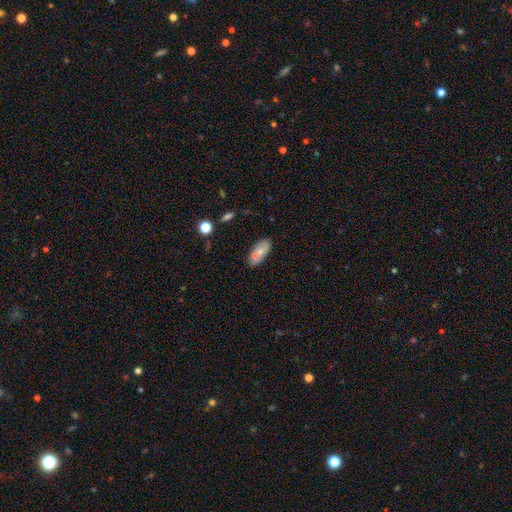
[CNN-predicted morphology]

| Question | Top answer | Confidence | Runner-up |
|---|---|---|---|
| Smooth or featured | smooth | 58% | featured or disk (32%) |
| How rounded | in between | 81% | cigar-shaped (13%) |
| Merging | none | 62% | merger (18%) |